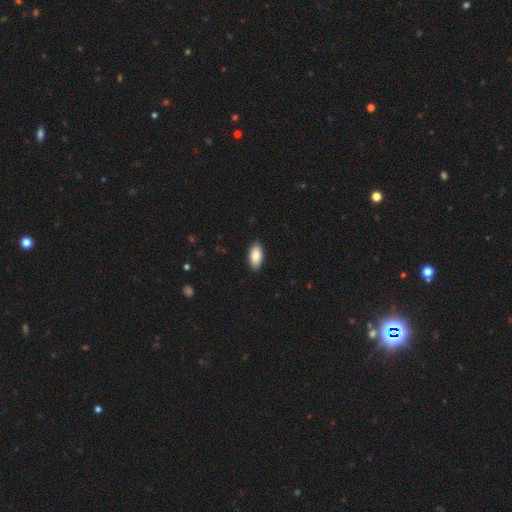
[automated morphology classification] smooth_or_featured: smooth (p=0.88) [alt: featured or disk p=0.06]
how_rounded: in between (p=0.93) [alt: cigar-shaped p=0.05]
merging: none (p=0.90) [alt: minor disturbance p=0.07]